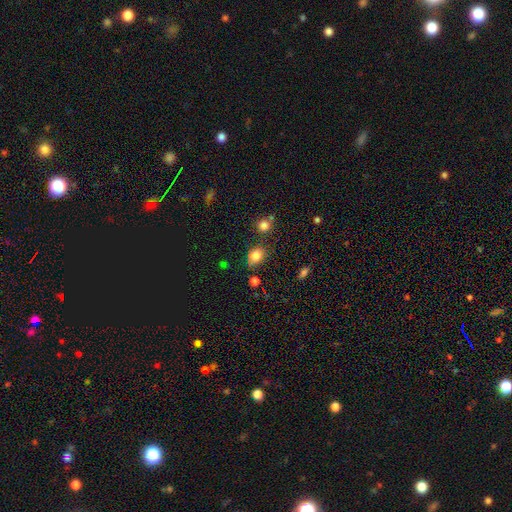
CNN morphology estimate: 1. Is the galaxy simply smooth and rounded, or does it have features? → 81% smooth, 11% star or artifact, 8% featured or disk.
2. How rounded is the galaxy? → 72% in between, 27% round, 1% cigar-shaped.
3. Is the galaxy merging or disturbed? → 74% none, 17% minor disturbance, 5% merger, 4% major disturbance.